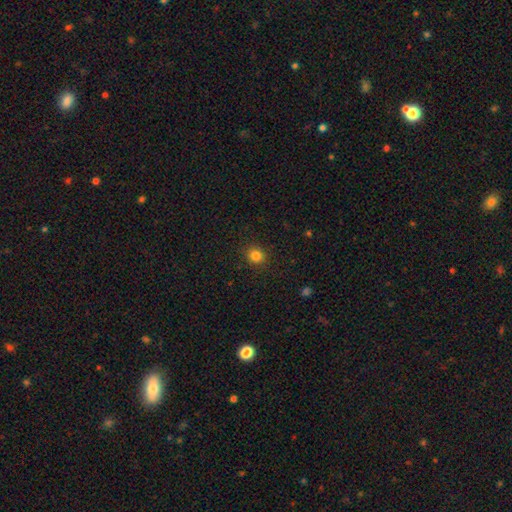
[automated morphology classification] Smooth or featured: smooth — 83% (star or artifact — 12%)
How rounded: round — 85% (in between — 14%)
Merging: none — 91% (minor disturbance — 6%)